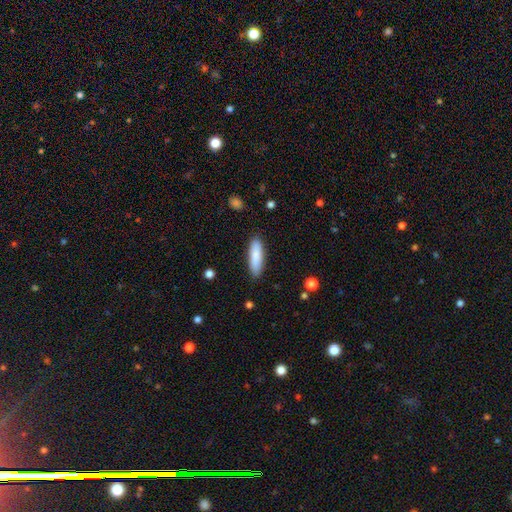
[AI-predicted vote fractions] A smooth galaxy with no disk features (85%) that is cigar-shaped (57%).

Vote fractions:
- Smooth or featured? smooth: 85% / featured or disk: 9% / star or artifact: 6%
- How rounded? cigar-shaped: 57% / in between: 41% / round: 1%
- Merging? none: 87% / minor disturbance: 9% / major disturbance: 2% / merger: 1%